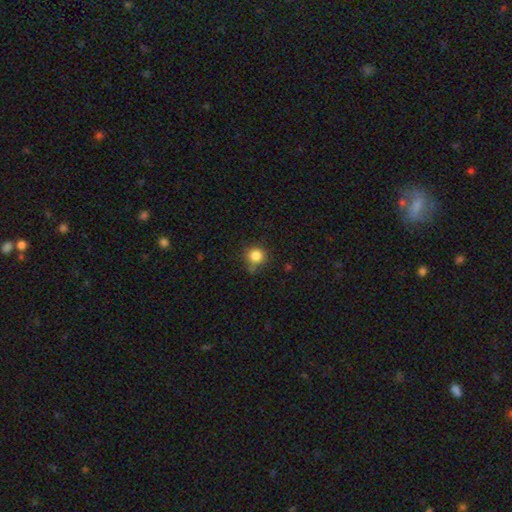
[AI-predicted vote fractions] Smooth or featured: smooth — 84% (star or artifact — 11%)
How rounded: round — 93% (in between — 6%)
Merging: none — 74% (minor disturbance — 16%)